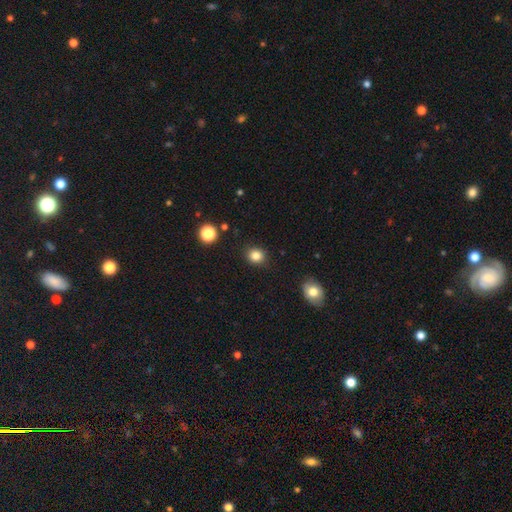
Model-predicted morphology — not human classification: This appears to be a smooth galaxy with no disk features (84%) that is round (73%). Merging: none (87%).